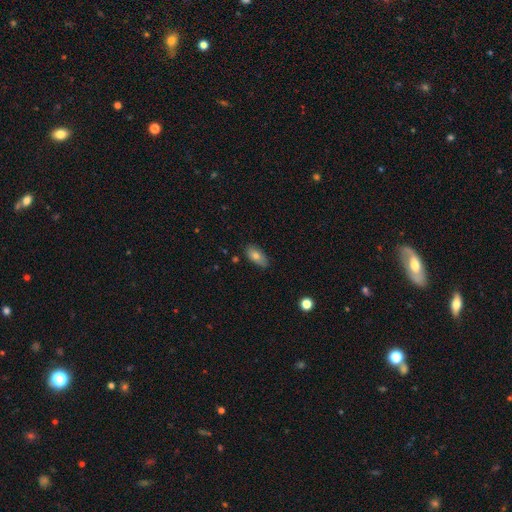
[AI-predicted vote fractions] Overall: smooth (74%). How rounded: in between (88%). Merging: none (80%).